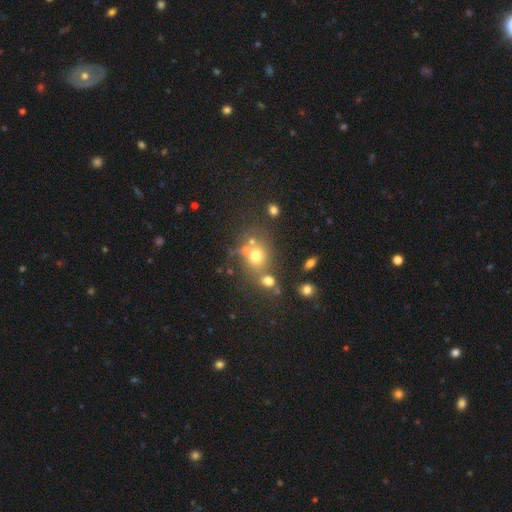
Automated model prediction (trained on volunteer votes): Overall: smooth (64%). How rounded: round (71%). Merging: none (53%; merger 29%).